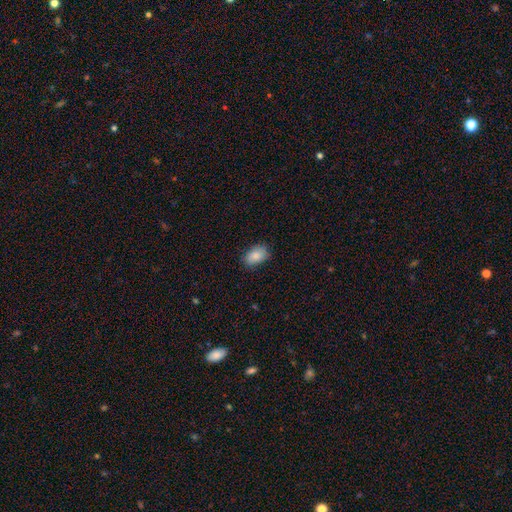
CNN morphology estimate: Smooth or featured? Predicted: smooth (p=0.85). How rounded? Predicted: in between (p=0.88). Merging? Predicted: none (p=0.78).